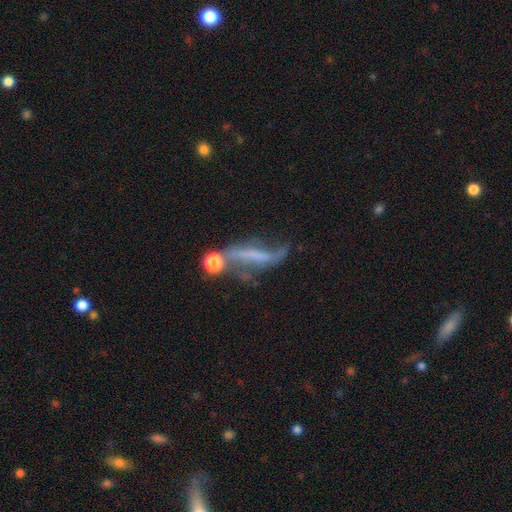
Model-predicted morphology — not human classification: Smooth or featured? featured or disk (63%)
Edge-on disk? no (73%)
Merging? none (34%)